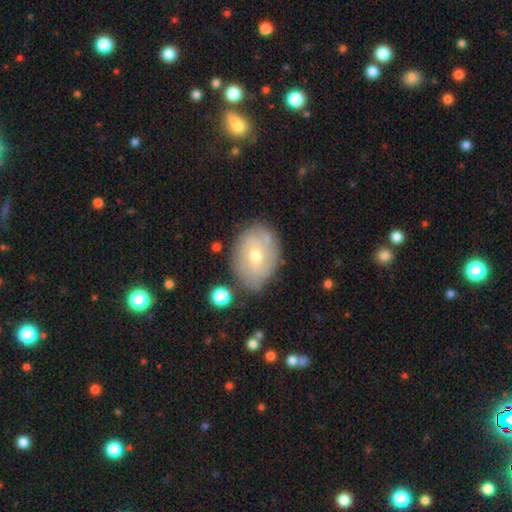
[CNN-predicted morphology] Smooth or featured? Predicted: featured or disk (p=0.62). Edge-on disk? Predicted: no (p=0.95). Bar? Predicted: no (p=0.65). Spiral arms? Predicted: yes (p=0.73). Bulge size? Predicted: moderate (p=0.50). Merging? Predicted: none (p=0.74).